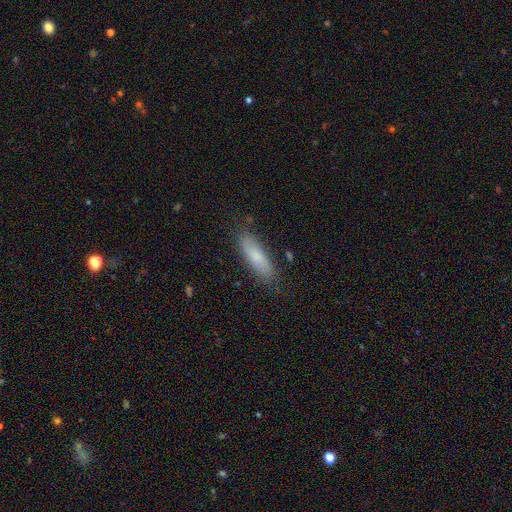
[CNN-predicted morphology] Q: Smooth or featured?
A: smooth (75%); runner-up: featured or disk (18%)
Q: How rounded?
A: cigar-shaped (58%); runner-up: in between (40%)
Q: Merging?
A: none (81%); runner-up: minor disturbance (14%)